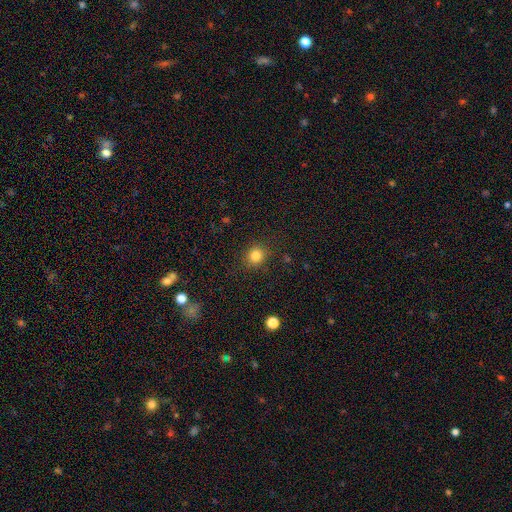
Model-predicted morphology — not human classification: Smooth or featured: smooth — 83% (star or artifact — 12%)
How rounded: round — 84% (in between — 15%)
Merging: none — 87% (minor disturbance — 8%)